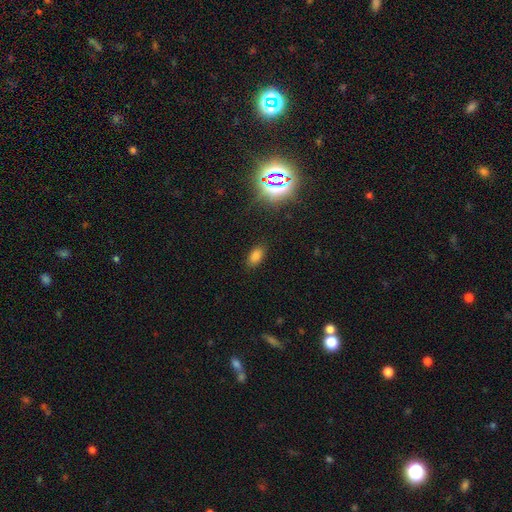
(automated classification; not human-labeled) Morphology: type=smooth (76%); roundness=in between (90%); merging=none (86%).